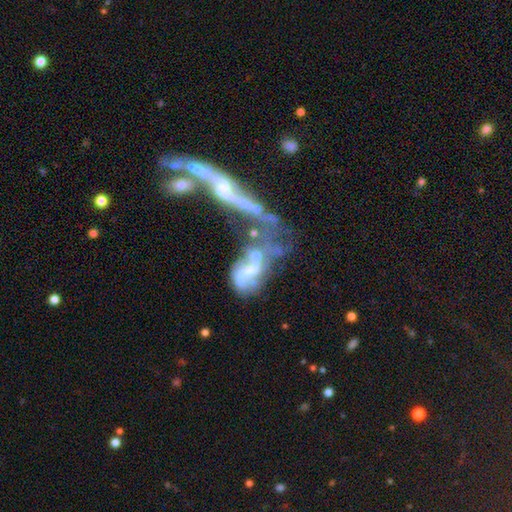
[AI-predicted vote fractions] The model was most divided on "spiral arms": no: 60%, yes: 40%. Remaining: edge-on disk — no (93%); smooth or featured — featured or disk (62%); bar — no (58%); merging — merger (58%); bulge size — none (50%).